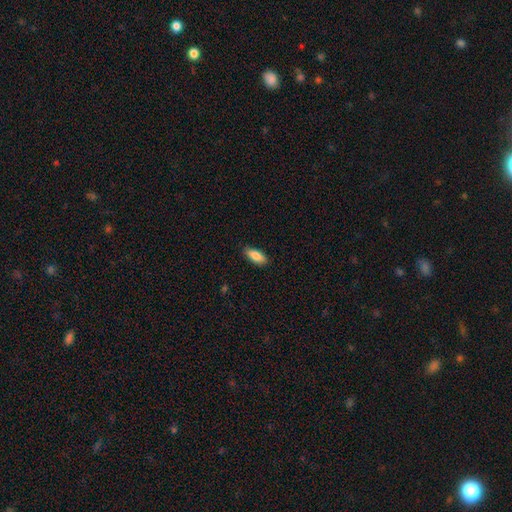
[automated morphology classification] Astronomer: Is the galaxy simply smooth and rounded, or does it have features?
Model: smooth — 83%.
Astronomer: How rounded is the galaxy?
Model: in between — 78%.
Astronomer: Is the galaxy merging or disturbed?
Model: none — 88%.